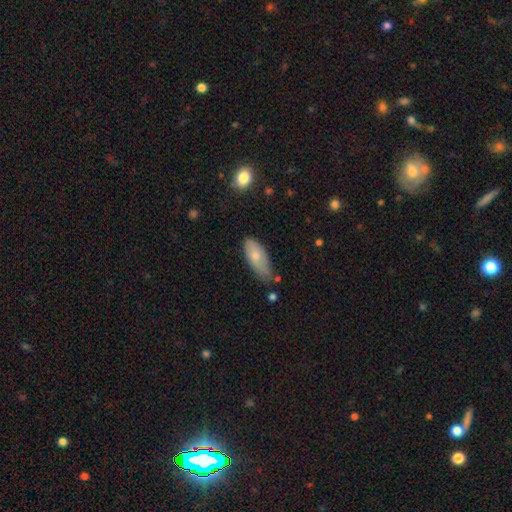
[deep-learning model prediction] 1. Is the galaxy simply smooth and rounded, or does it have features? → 75% smooth, 18% featured or disk, 7% star or artifact.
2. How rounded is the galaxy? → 80% in between, 17% cigar-shaped, 2% round.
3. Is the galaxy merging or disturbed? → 52% none, 36% minor disturbance, 8% major disturbance, 4% merger.